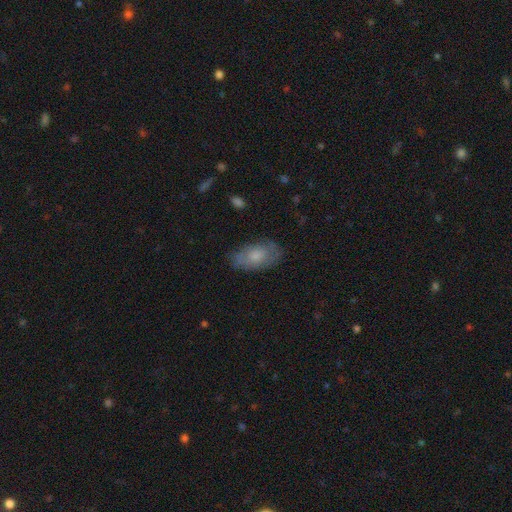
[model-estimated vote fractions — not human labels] A smooth galaxy with no disk features (64%) that is in between round and cigar-shaped (92%). Merging: none (74%).